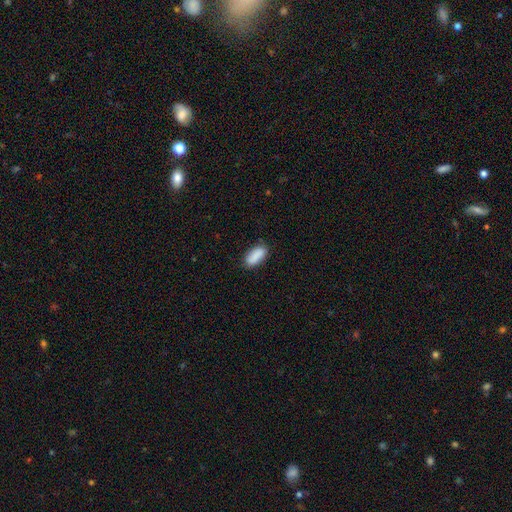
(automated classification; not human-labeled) smooth-or-featured: smooth: 89% | star or artifact: 7% | featured or disk: 4%
  how-rounded: in between: 86% | cigar-shaped: 12% | round: 2%
  merging: none: 82% | minor disturbance: 14% | major disturbance: 3% | merger: 1%